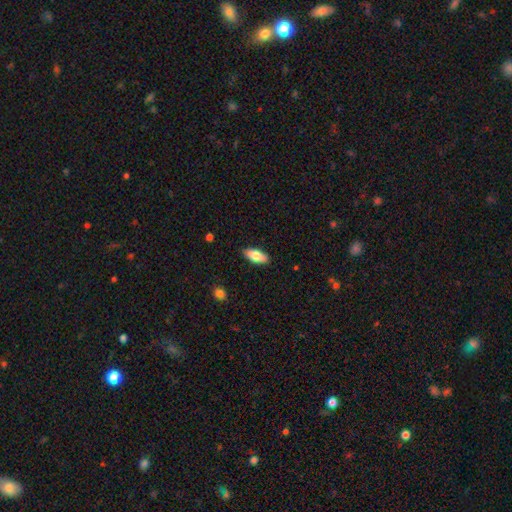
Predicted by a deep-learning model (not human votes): This appears to be a smooth galaxy with no disk features (78%) that is in between round and cigar-shaped (85%). Merging: none (88%).